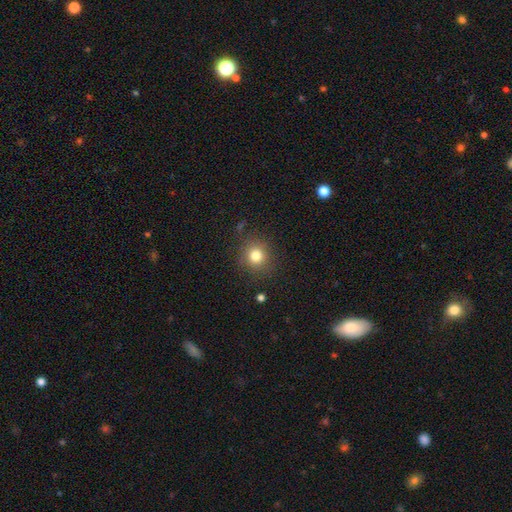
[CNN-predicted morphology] Smooth or featured? smooth (80%)
How rounded? round (88%)
Merging? none (85%)